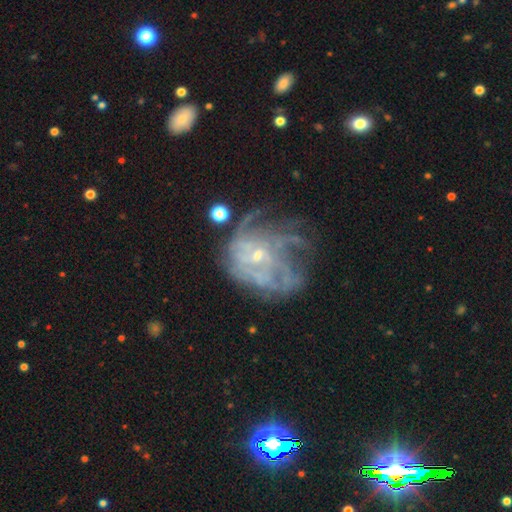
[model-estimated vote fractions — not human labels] The model was most divided on "merging": none: 39%, major disturbance: 35%, minor disturbance: 20%, merger: 5%. Remaining: edge-on disk — no (98%); smooth or featured — featured or disk (76%); spiral arms — yes (72%); bulge size — small (70%); bar — no (68%); spiral arm count — can't tell (48%); spiral winding — tight (40%).